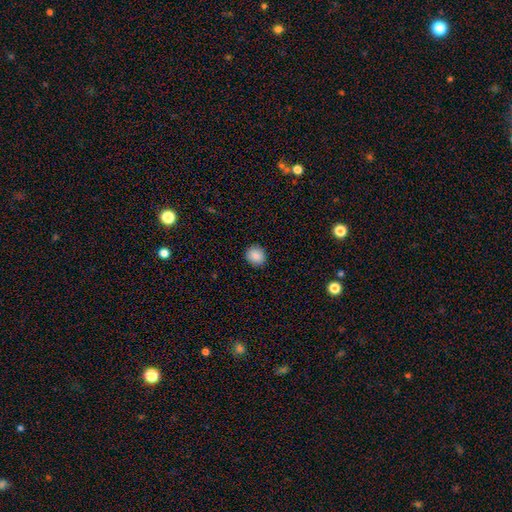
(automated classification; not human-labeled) Overall: smooth (88%). How rounded: round (80%). Merging: none (90%).